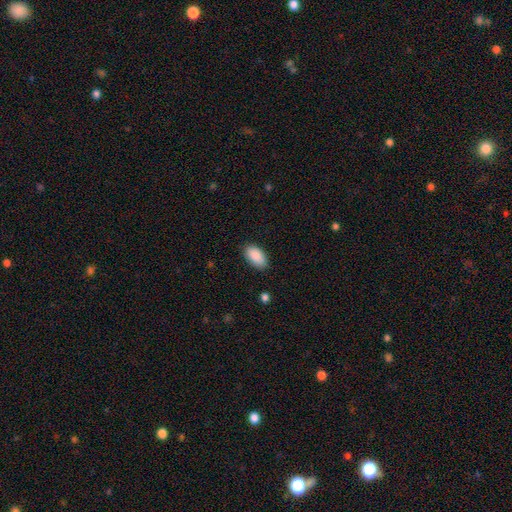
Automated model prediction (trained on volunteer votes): smooth 90%, star or artifact 6%, featured or disk 4%. Down the decision tree: how rounded — in between (95%); merging — none (86%).